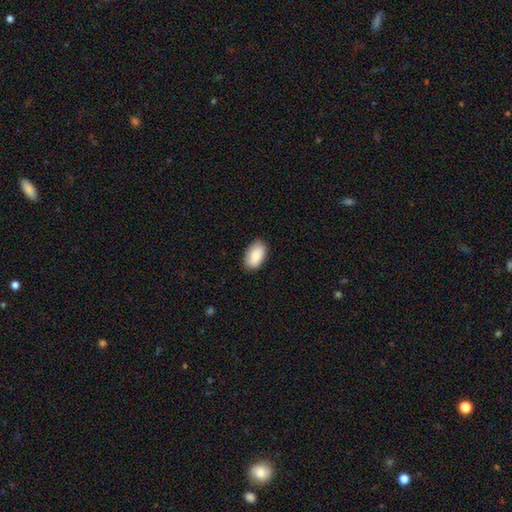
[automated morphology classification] smooth 87%, featured or disk 7%, star or artifact 6%. Down the decision tree: how rounded — in between (93%); merging — none (84%).